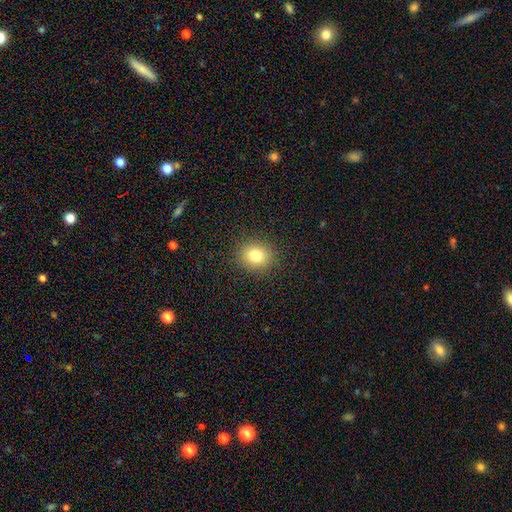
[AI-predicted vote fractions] Q: Smooth or featured?
A: smooth (80%); runner-up: star or artifact (13%)
Q: How rounded?
A: round (78%); runner-up: in between (21%)
Q: Merging?
A: none (90%); runner-up: minor disturbance (7%)